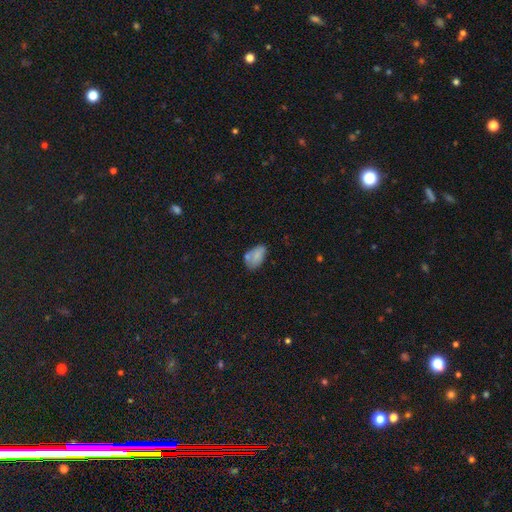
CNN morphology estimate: The model was most divided on "merging": none: 51%, minor disturbance: 26%, merger: 16%, major disturbance: 8%. More confident: how rounded — in between (91%); smooth or featured — smooth (75%).